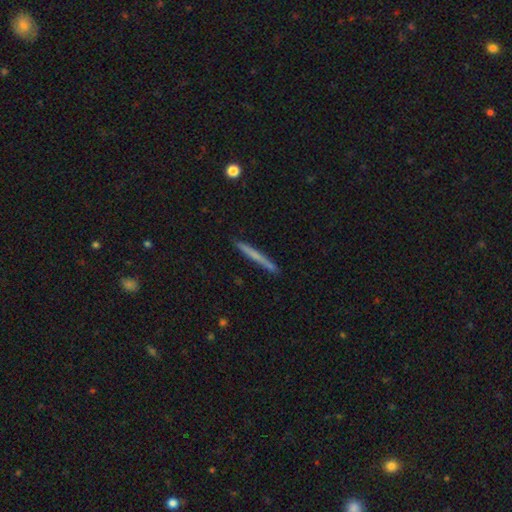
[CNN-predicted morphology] smooth 56%, featured or disk 38%, star or artifact 6%. Down the decision tree: how rounded — cigar-shaped (97%); merging — none (90%).